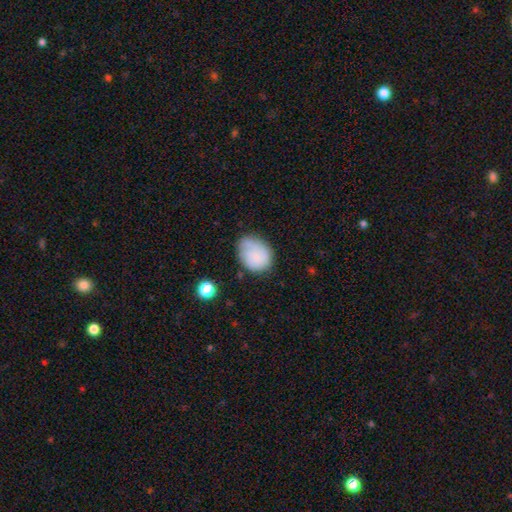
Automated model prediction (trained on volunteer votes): Smooth or featured: smooth — 69% (featured or disk — 22%)
How rounded: in between — 51% (round — 48%)
Merging: none — 54% (minor disturbance — 30%)